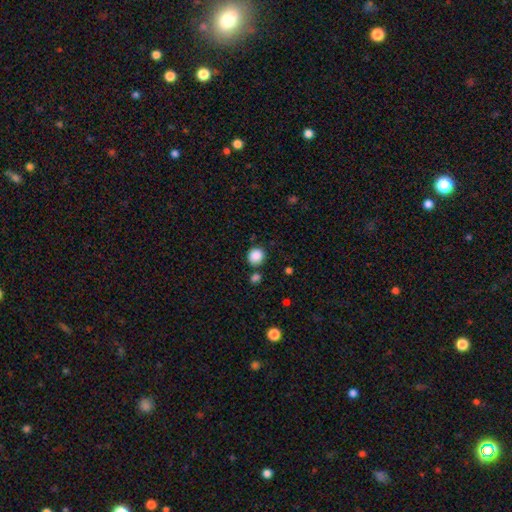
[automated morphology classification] A smooth galaxy with no disk features (87%) that is round (87%). Merging: none (79%).